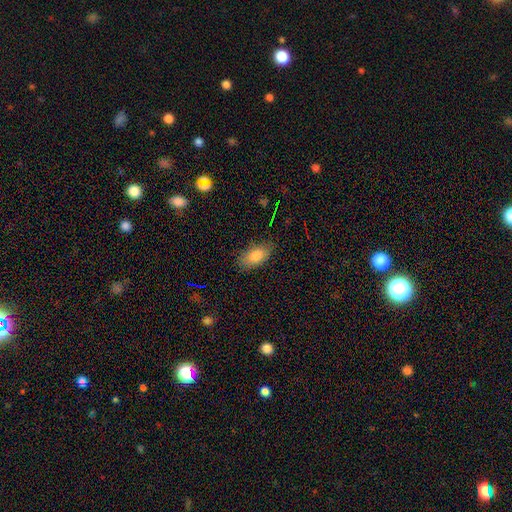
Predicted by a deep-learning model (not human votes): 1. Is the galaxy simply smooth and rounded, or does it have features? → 84% smooth, 8% star or artifact, 8% featured or disk.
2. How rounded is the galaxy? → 90% in between, 7% cigar-shaped, 4% round.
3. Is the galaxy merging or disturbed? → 80% none, 15% minor disturbance, 4% major disturbance, 1% merger.